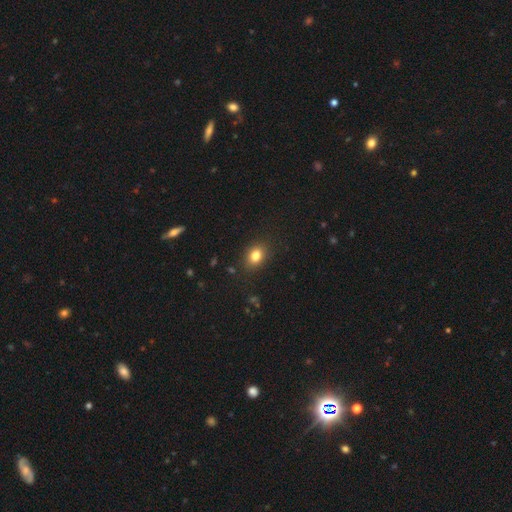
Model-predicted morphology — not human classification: smooth-or-featured: smooth: 81% | star or artifact: 11% | featured or disk: 8%
  how-rounded: in between: 59% | round: 39% | cigar-shaped: 1%
  merging: none: 86% | minor disturbance: 10% | major disturbance: 3% | merger: 1%